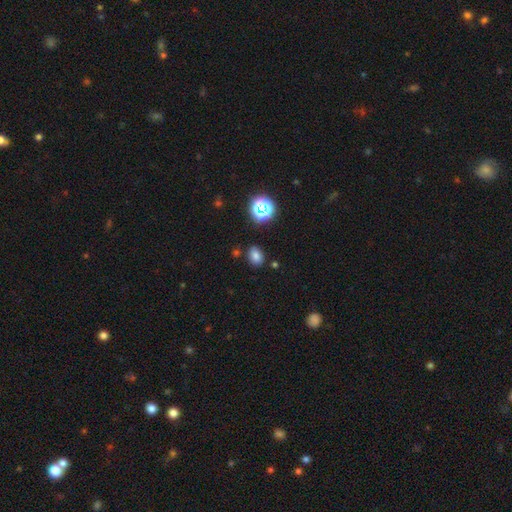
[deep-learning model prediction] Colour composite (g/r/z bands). It shows a smooth galaxy with no disk features (75%) that is in between round and cigar-shaped (67%). Merging: none (81%).